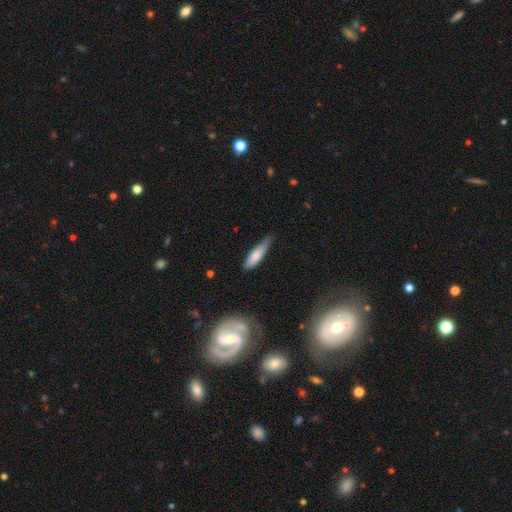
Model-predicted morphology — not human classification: Smooth or featured?
  - smooth: 75% *
  - featured or disk: 19%
  - star or artifact: 6%
How rounded?
  - cigar-shaped: 65% *
  - in between: 33%
  - round: 2%
Merging?
  - none: 60% *
  - minor disturbance: 32%
  - major disturbance: 6%
  - merger: 2%